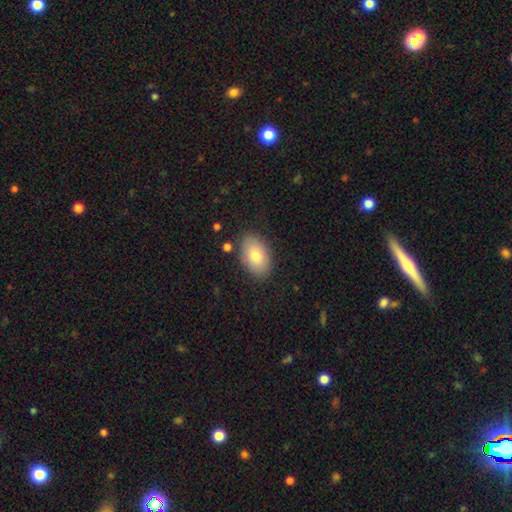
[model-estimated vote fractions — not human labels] Q: Smooth or featured?
A: smooth (78%); runner-up: featured or disk (15%)
Q: How rounded?
A: in between (90%); runner-up: round (8%)
Q: Merging?
A: none (84%); runner-up: minor disturbance (11%)